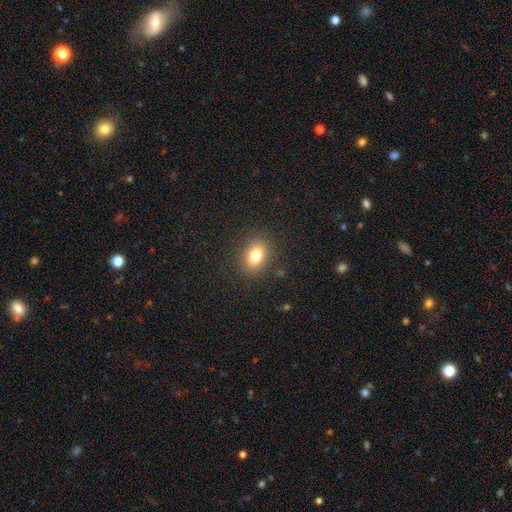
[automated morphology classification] smooth_or_featured: smooth (p=0.79) [alt: star or artifact p=0.11]
how_rounded: in between (p=0.70) [alt: round p=0.28]
merging: none (p=0.86) [alt: minor disturbance p=0.09]